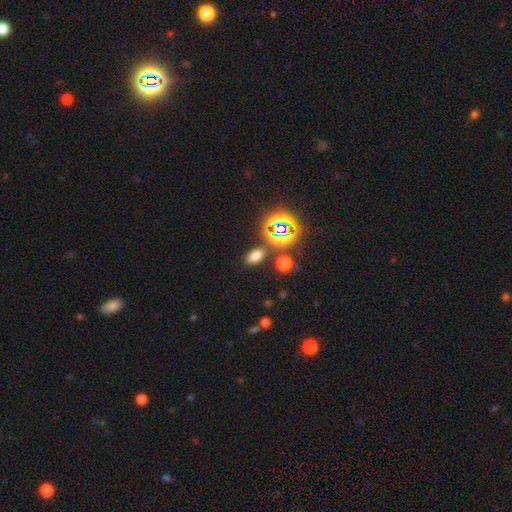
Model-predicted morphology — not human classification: smooth_or_featured: smooth (p=0.66) [alt: star or artifact p=0.28]
how_rounded: in between (p=0.84) [alt: round p=0.13]
merging: none (p=0.83) [alt: minor disturbance p=0.08]